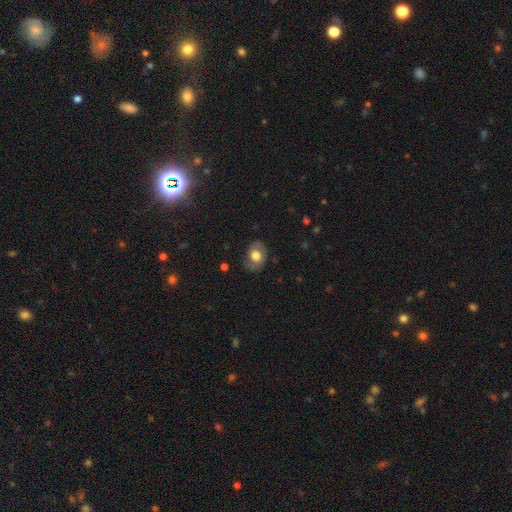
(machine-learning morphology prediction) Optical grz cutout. It shows a smooth galaxy with no disk features (63%) that is in between round and cigar-shaped (70%). Merging: none (73%).